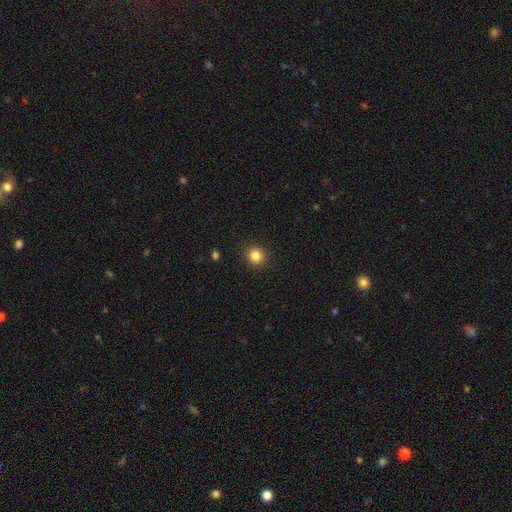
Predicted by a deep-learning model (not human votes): smooth 84%, star or artifact 11%, featured or disk 5%. Down the decision tree: how rounded — round (88%); merging — none (91%).